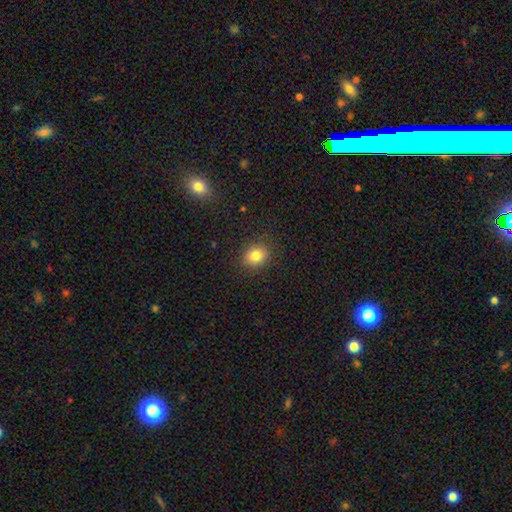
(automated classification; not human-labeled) Q: Smooth or featured?
A: smooth (81%); runner-up: star or artifact (12%)
Q: How rounded?
A: round (62%); runner-up: in between (37%)
Q: Merging?
A: none (88%); runner-up: minor disturbance (8%)